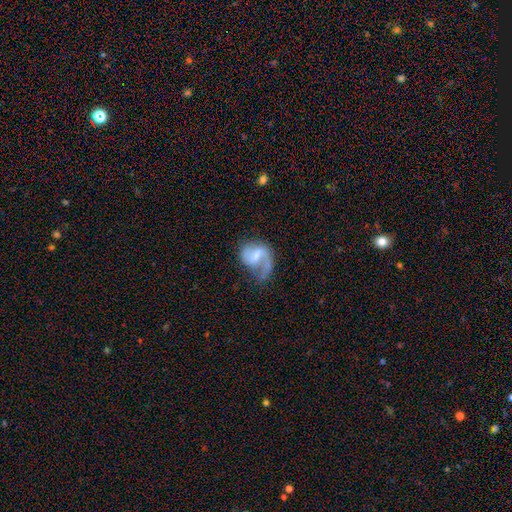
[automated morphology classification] A featured or disk galaxy (77%) with a weak bar (57%), 2 (54%) loose (46%) spiral arms (92%) and a small central bulge (44%).

Vote fractions:
- Smooth or featured? featured or disk: 77% / smooth: 17% / star or artifact: 6%
- Edge-on disk? no: 98% / yes: 2%
- Bar? weak: 57% / no: 27% / strong: 17%
- Spiral arms? yes: 92% / no: 8%
- Spiral winding? loose: 46% / medium: 43% / tight: 11%
- Spiral arm count? 2: 54% / 1: 39% / can't tell: 4% / 3: 1% / 4: 1% / more than 4: 1%
- Bulge size? small: 44% / moderate: 37% / none: 14% / large: 4% / dominant: 1%
- Merging? none: 43% / major disturbance: 28% / minor disturbance: 25% / merger: 3%